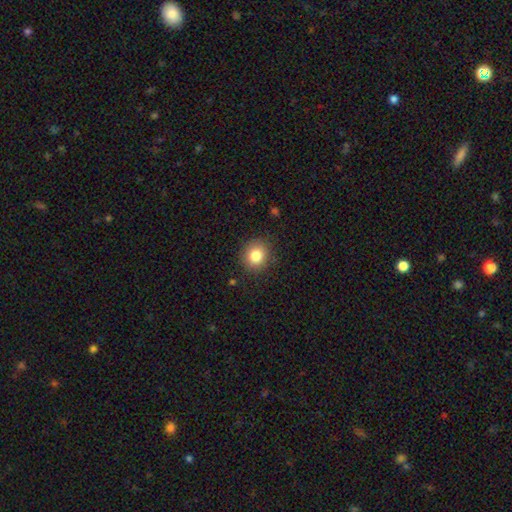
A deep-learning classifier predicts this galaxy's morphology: Smooth or featured? Predicted: smooth (p=0.83). How rounded? Predicted: round (p=0.82). Merging? Predicted: none (p=0.87).